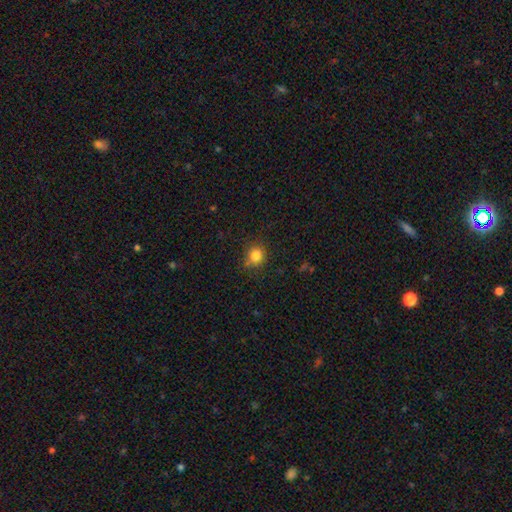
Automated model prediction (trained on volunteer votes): smooth-or-featured: smooth: 83% | star or artifact: 12% | featured or disk: 5%
  how-rounded: round: 82% | in between: 17% | cigar-shaped: 1%
  merging: none: 77% | minor disturbance: 14% | merger: 4% | major disturbance: 4%